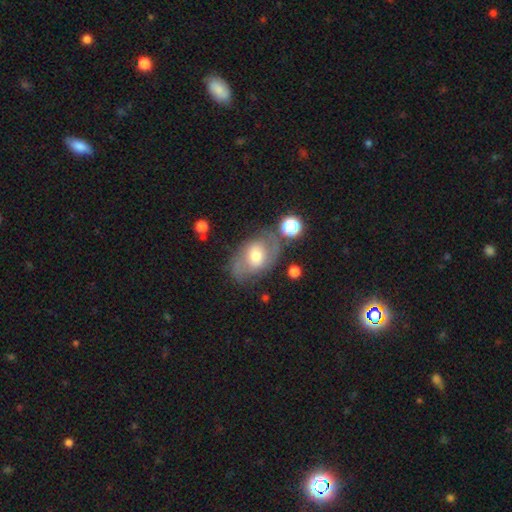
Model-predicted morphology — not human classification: featured or disk 55%, smooth 36%, star or artifact 10%. Down the decision tree: edge-on disk — no (94%); bar — no (53%); spiral arms — yes (70%); bulge size — moderate (62%); merging — none (60%).